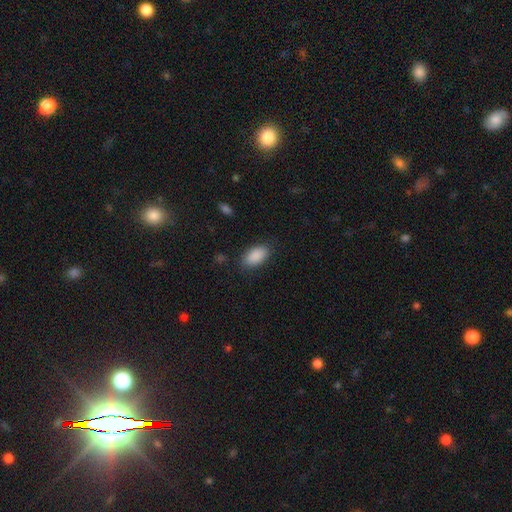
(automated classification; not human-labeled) smooth_or_featured: smooth (p=0.90) [alt: star or artifact p=0.07]
how_rounded: in between (p=0.94) [alt: round p=0.03]
merging: none (p=0.84) [alt: minor disturbance p=0.11]